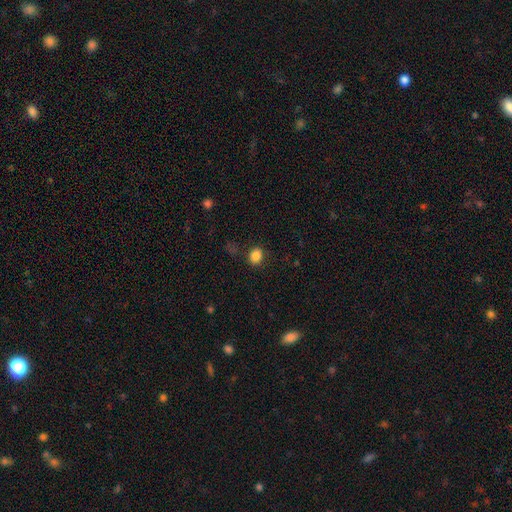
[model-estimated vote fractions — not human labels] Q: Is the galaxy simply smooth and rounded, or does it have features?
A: smooth — 85%.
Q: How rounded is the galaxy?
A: round — 52%.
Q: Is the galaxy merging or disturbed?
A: none — 81%.